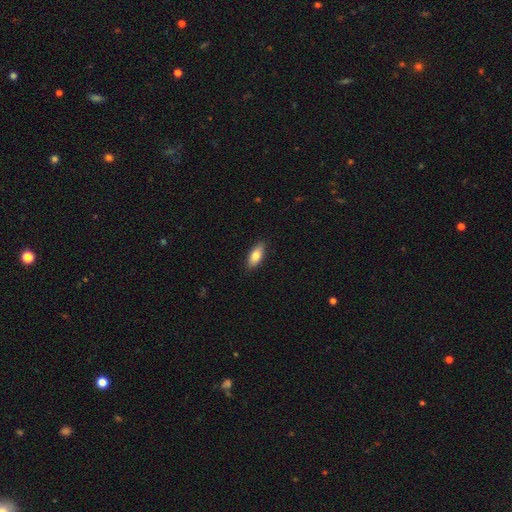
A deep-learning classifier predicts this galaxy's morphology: Smooth or featured? Predicted: smooth (p=0.78). How rounded? Predicted: in between (p=0.79). Merging? Predicted: none (p=0.88).